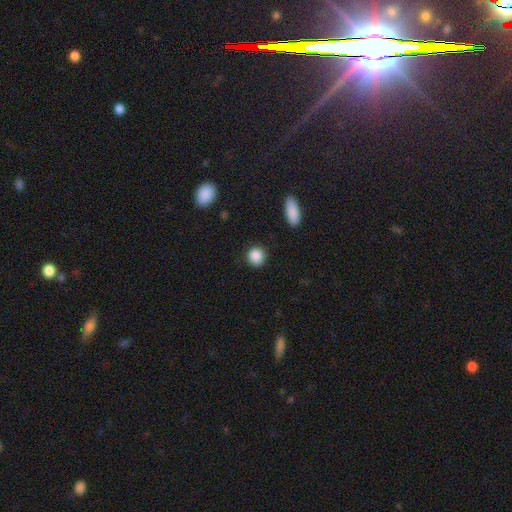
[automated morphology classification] This appears to be a smooth galaxy with no disk features (88%) that is round (89%). Merging: none (89%).